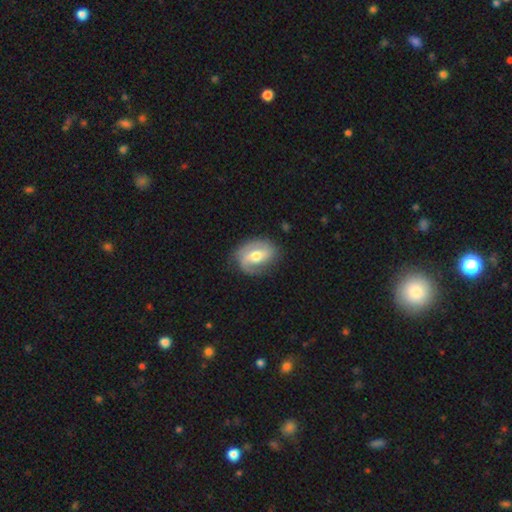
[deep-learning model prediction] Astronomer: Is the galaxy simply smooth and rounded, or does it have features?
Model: featured or disk — 77%.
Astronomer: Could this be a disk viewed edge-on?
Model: no — 97%.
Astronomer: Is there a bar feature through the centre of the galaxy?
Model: weak — 45% (runner-up: no, 35%).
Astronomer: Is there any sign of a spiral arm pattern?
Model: yes — 93%.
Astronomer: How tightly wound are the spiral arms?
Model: medium — 44% (runner-up: tight, 31%).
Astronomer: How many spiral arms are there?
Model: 2 — 66%.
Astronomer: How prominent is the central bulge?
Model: moderate — 71%.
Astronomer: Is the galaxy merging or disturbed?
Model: none — 70%.